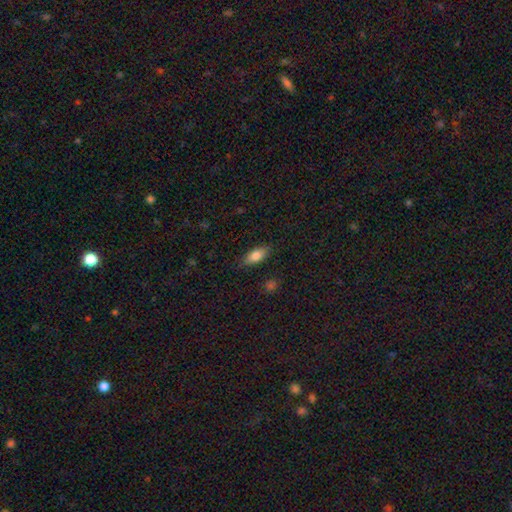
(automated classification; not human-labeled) Smooth or featured? Predicted: smooth (p=0.79). How rounded? Predicted: in between (p=0.78). Merging? Predicted: none (p=0.85).